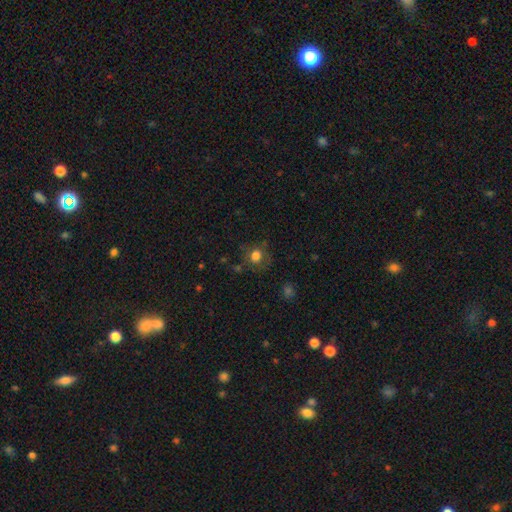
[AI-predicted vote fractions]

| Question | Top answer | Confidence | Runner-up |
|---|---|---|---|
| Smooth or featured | smooth | 75% | star or artifact (14%) |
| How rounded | round | 77% | in between (22%) |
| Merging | none | 68% | minor disturbance (19%) |